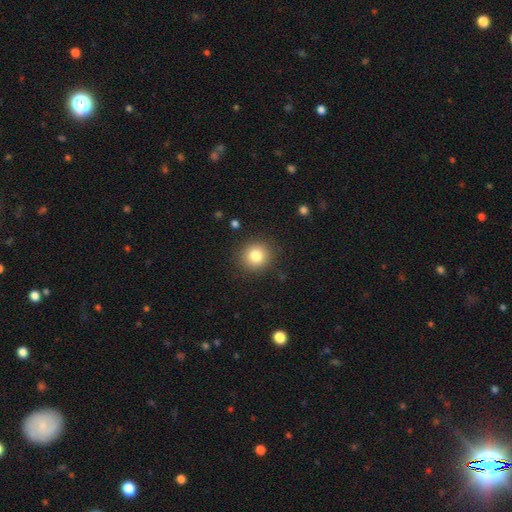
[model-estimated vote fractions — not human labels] This appears to be a smooth galaxy with no disk features (82%) that is round (89%). Merging: none (89%).